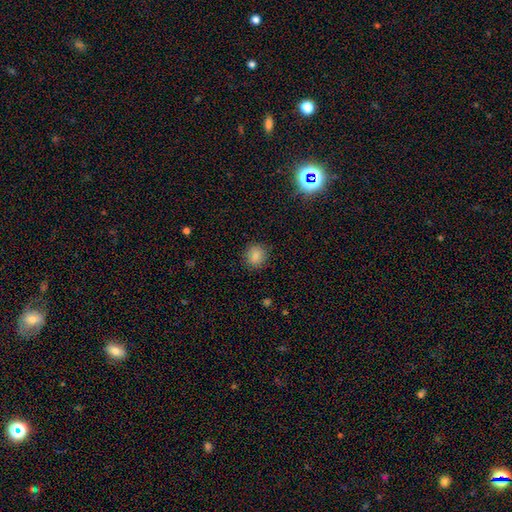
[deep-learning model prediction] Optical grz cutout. It shows a smooth galaxy with no disk features (85%) that is round (84%). Merging: none (88%).